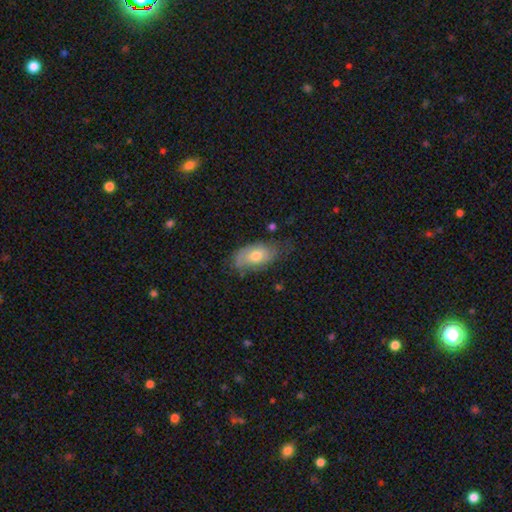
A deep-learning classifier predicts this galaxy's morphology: A smooth galaxy with no disk features (60%) that is in between round and cigar-shaped (90%).

Vote fractions:
- Smooth or featured? smooth: 60% / featured or disk: 33% / star or artifact: 7%
- How rounded? in between: 90% / round: 7% / cigar-shaped: 3%
- Merging? none: 57% / minor disturbance: 31% / major disturbance: 10% / merger: 2%